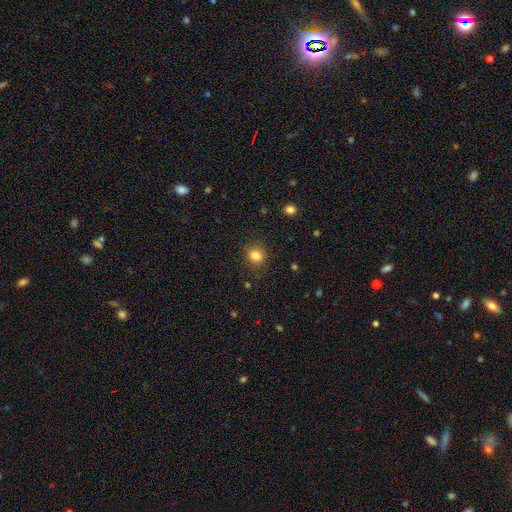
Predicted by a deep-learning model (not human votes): smooth-or-featured: smooth: 83% | star or artifact: 12% | featured or disk: 5%
  how-rounded: round: 77% | in between: 22% | cigar-shaped: 1%
  merging: none: 85% | minor disturbance: 10% | major disturbance: 3% | merger: 1%